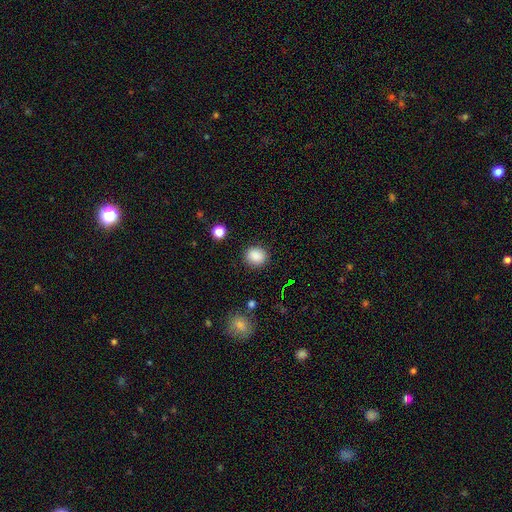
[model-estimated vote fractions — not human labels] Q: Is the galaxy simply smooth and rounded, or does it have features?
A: smooth — 86%.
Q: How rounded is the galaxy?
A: round — 70%.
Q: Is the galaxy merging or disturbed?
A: none — 87%.